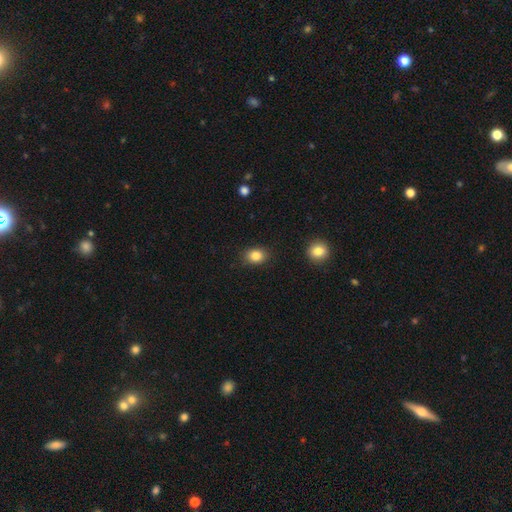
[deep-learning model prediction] This appears to be a smooth galaxy with no disk features (84%) that is in between round and cigar-shaped (55%). Merging: none (86%).